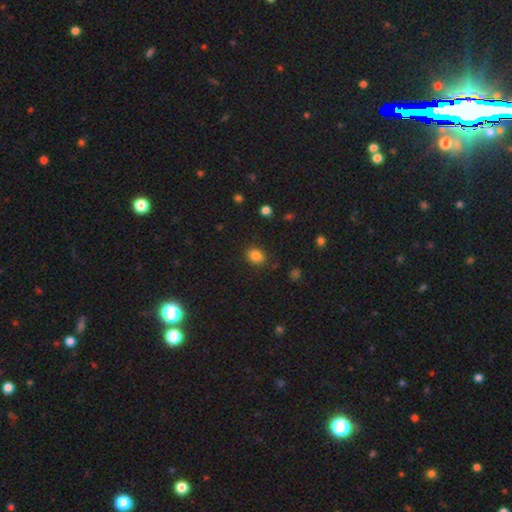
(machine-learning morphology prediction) Q: Smooth or featured?
A: smooth (84%); runner-up: star or artifact (11%)
Q: How rounded?
A: round (56%); runner-up: in between (43%)
Q: Merging?
A: none (85%); runner-up: minor disturbance (10%)